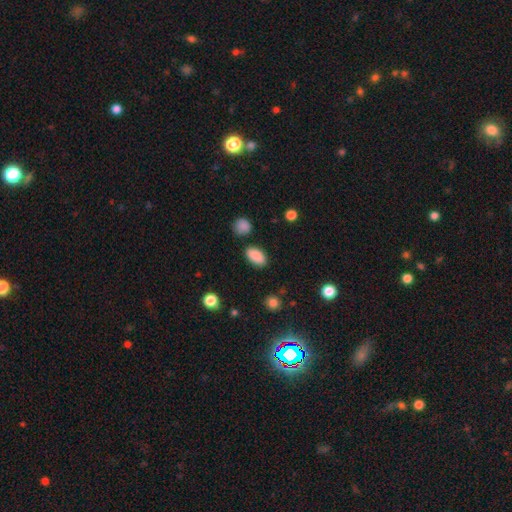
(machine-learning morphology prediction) Q: Smooth or featured?
A: smooth (88%); runner-up: star or artifact (8%)
Q: How rounded?
A: in between (92%); runner-up: round (5%)
Q: Merging?
A: none (86%); runner-up: minor disturbance (9%)